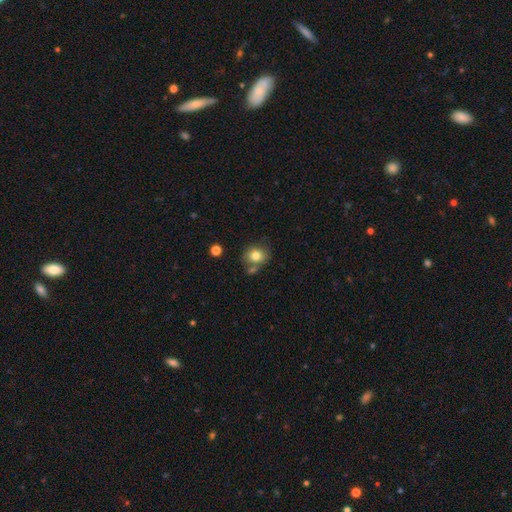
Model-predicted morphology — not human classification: Smooth or featured? smooth (79%)
How rounded? round (74%)
Merging? none (62%)